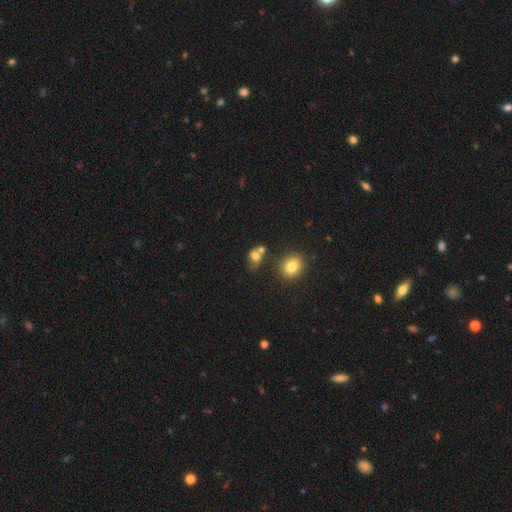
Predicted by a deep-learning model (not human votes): The model was most divided on "how rounded": in between: 51%, round: 47%, cigar-shaped: 2%. Remaining: smooth or featured — smooth (73%); merging — none (40%).